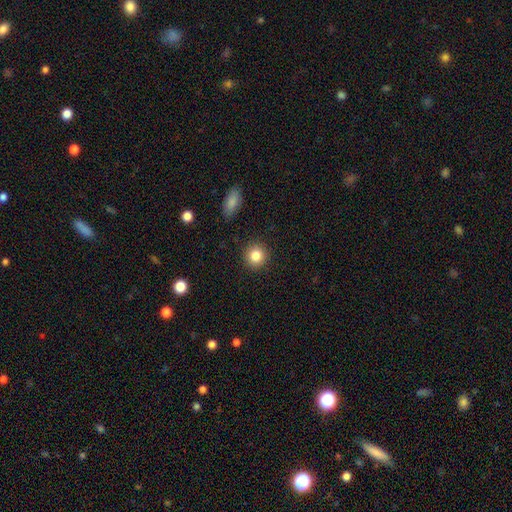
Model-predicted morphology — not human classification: smooth 84%, star or artifact 10%, featured or disk 6%. Down the decision tree: how rounded — round (91%); merging — none (91%).